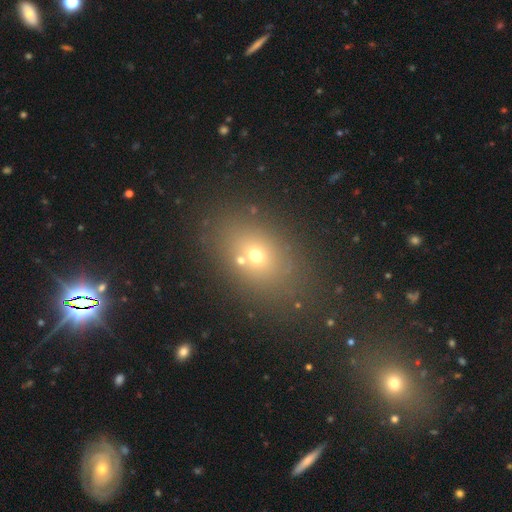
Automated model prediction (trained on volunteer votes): This is likely a smooth galaxy (61%). How rounded: likely in between (66%). Merging: likely none (74%).